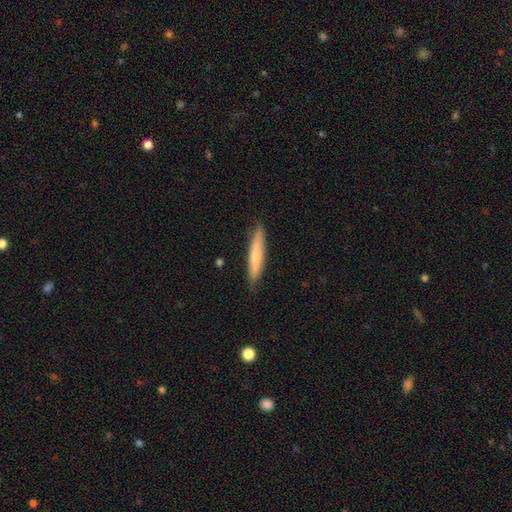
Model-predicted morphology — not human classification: smooth_or_featured: smooth (p=0.66) [alt: featured or disk p=0.28]
how_rounded: cigar-shaped (p=0.93) [alt: in between p=0.06]
merging: none (p=0.87) [alt: minor disturbance p=0.10]